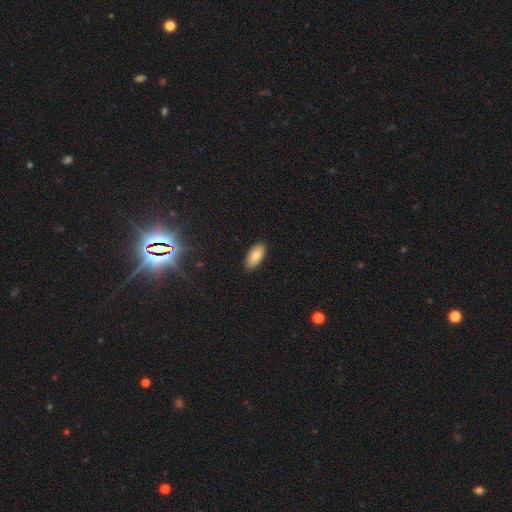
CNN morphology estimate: The model was most divided on "smooth or featured": smooth: 80%, featured or disk: 12%, star or artifact: 7%. More confident: how rounded — in between (92%); merging — none (88%).